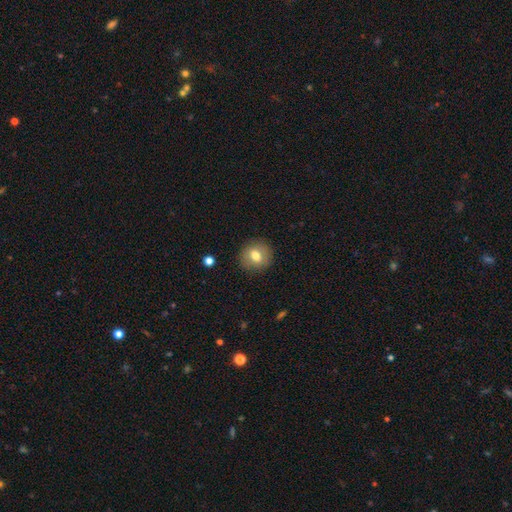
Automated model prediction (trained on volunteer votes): smooth 71%, featured or disk 20%, star or artifact 9%. Down the decision tree: how rounded — round (82%); merging — none (88%).